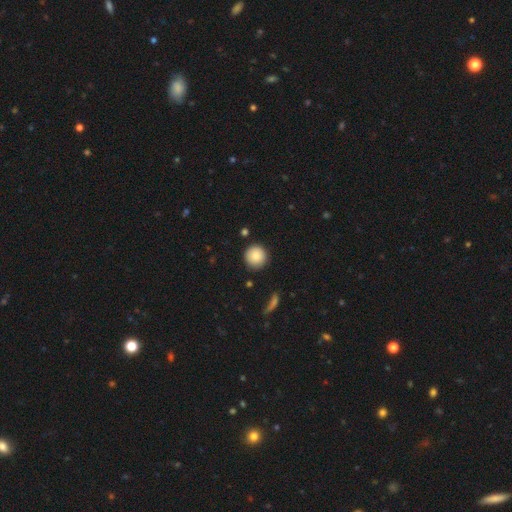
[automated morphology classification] This appears to be a smooth galaxy with no disk features (86%) that is round (95%). Merging: none (89%).